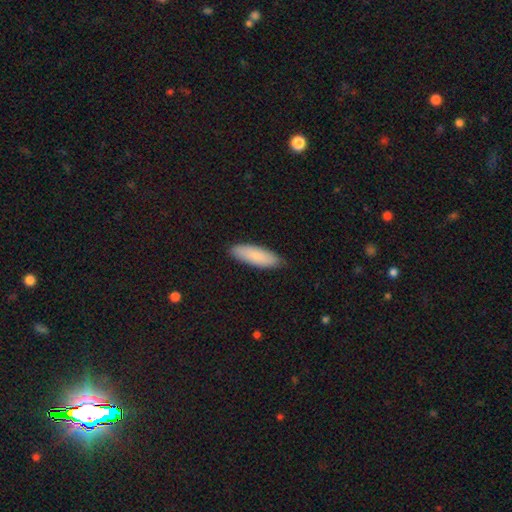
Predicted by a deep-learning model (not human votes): A smooth galaxy with no disk features (85%) that is in between round and cigar-shaped (55%).

Vote fractions:
- Smooth or featured? smooth: 85% / featured or disk: 10% / star or artifact: 6%
- How rounded? in between: 55% / cigar-shaped: 43% / round: 2%
- Merging? none: 86% / minor disturbance: 11% / major disturbance: 2% / merger: 1%